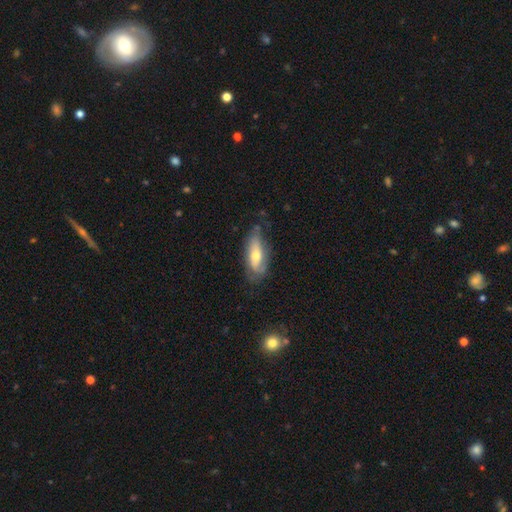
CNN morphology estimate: smooth 49%, featured or disk 44%, star or artifact 7%. Down the decision tree: merging — none (61%).